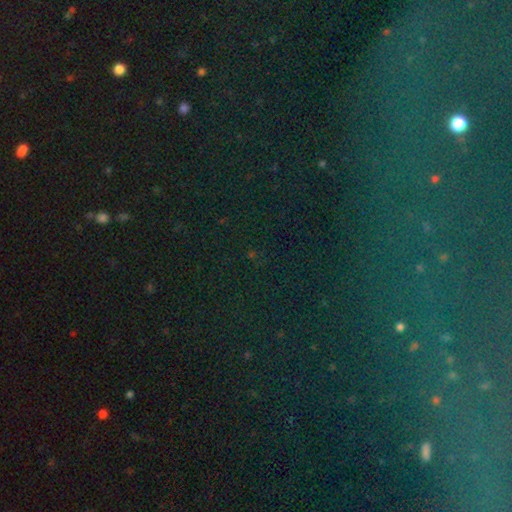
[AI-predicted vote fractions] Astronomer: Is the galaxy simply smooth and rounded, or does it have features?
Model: star or artifact — 74%.